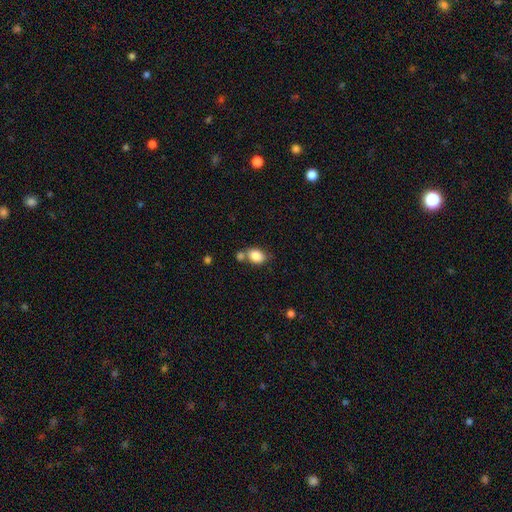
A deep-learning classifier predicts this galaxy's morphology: A smooth galaxy with no disk features (85%) that is in between round and cigar-shaped (72%). Merging: none (55%).